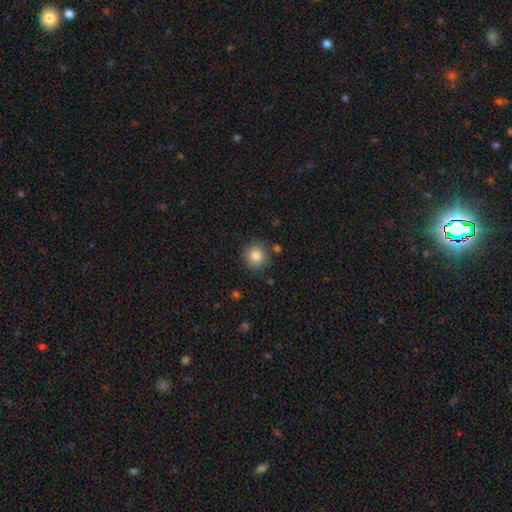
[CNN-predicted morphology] Smooth or featured? smooth (86%)
How rounded? round (93%)
Merging? none (85%)